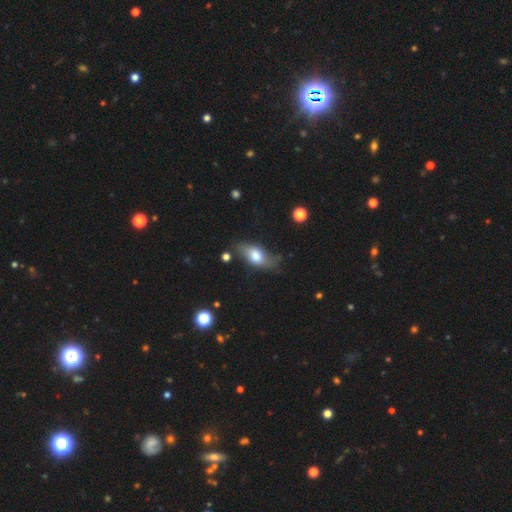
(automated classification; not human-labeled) A smooth galaxy with no disk features (60%) that is in between round and cigar-shaped (83%). Merging: none (61%).